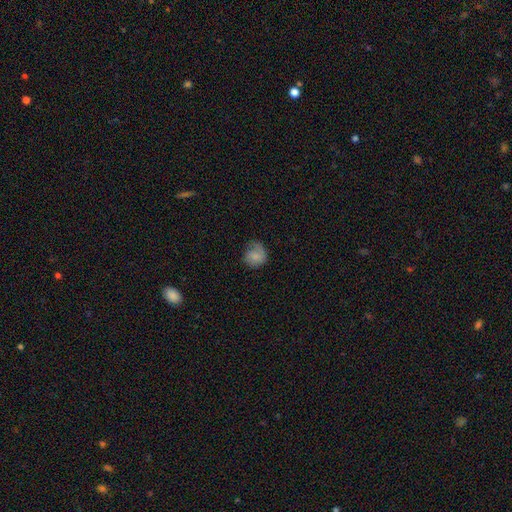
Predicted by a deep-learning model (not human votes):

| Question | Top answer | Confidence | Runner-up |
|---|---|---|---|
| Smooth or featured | smooth | 68% | featured or disk (24%) |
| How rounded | round | 78% | in between (21%) |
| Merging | none | 57% | minor disturbance (27%) |